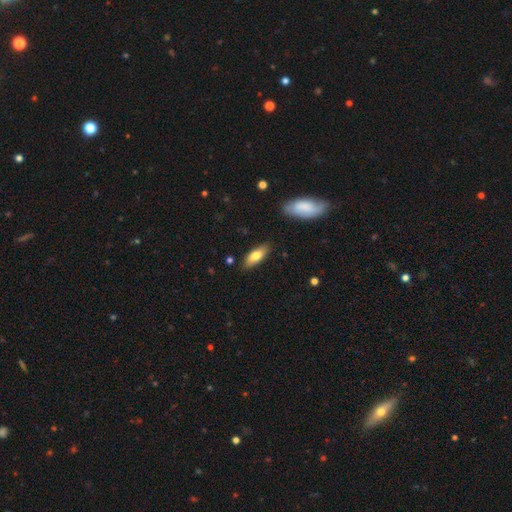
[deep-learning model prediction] Smooth or featured: smooth — 75% (featured or disk — 19%)
How rounded: in between — 76% (cigar-shaped — 21%)
Merging: none — 83% (minor disturbance — 13%)